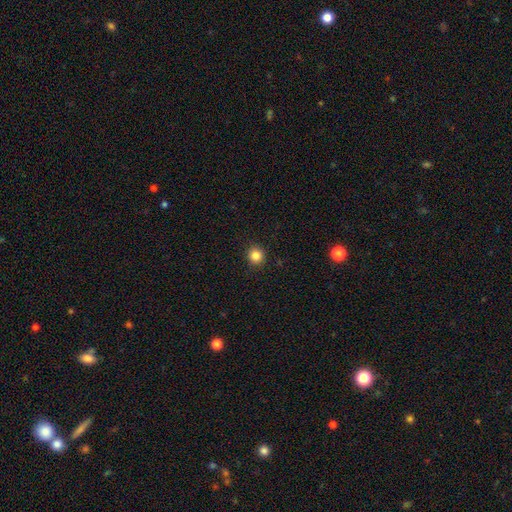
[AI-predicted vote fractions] Q: Smooth or featured?
A: smooth (85%); runner-up: star or artifact (11%)
Q: How rounded?
A: round (93%); runner-up: in between (6%)
Q: Merging?
A: none (92%); runner-up: minor disturbance (5%)